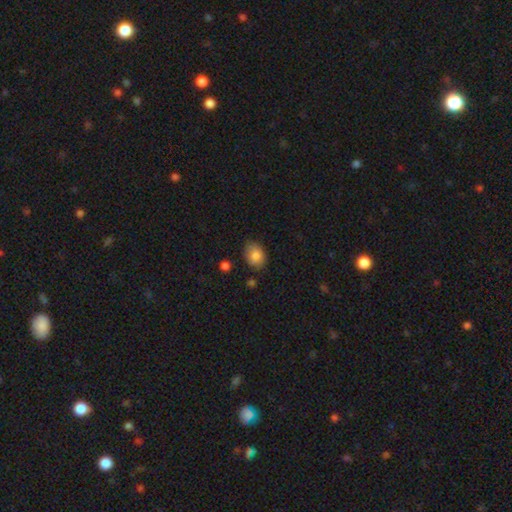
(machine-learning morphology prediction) Smooth or featured? smooth (82%)
How rounded? in between (72%)
Merging? none (73%)